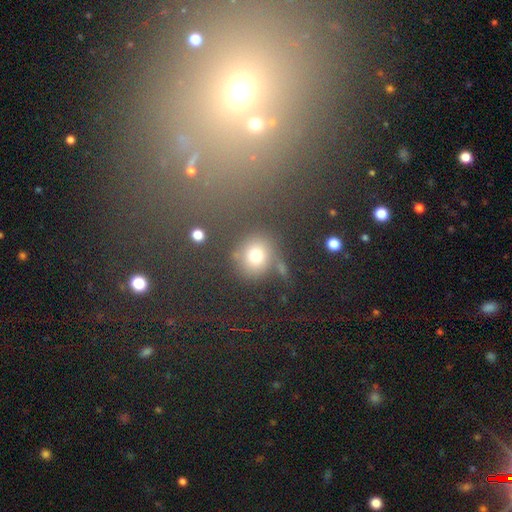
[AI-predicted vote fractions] A smooth galaxy with no disk features (73%) that is round (82%). Merging: none (67%).